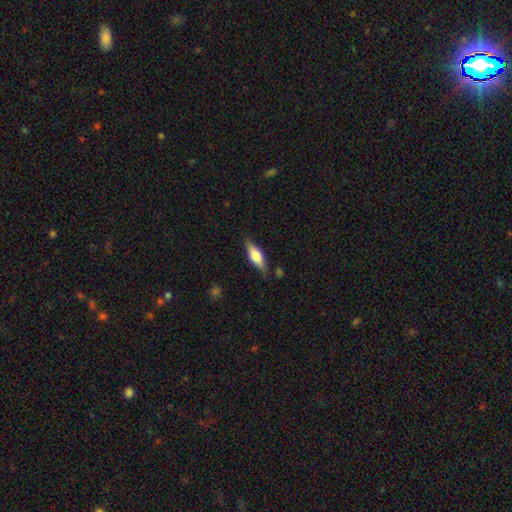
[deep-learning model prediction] Q: Smooth or featured?
A: smooth (57%); runner-up: featured or disk (37%)
Q: How rounded?
A: in between (63%); runner-up: cigar-shaped (34%)
Q: Merging?
A: none (80%); runner-up: minor disturbance (15%)